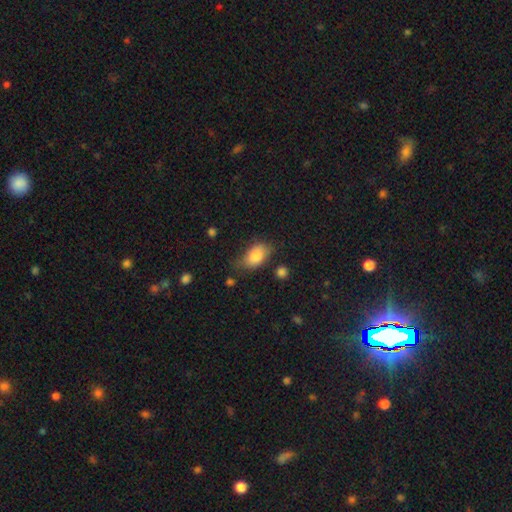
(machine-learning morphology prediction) Smooth or featured: smooth — 83% (featured or disk — 10%)
How rounded: in between — 90% (round — 8%)
Merging: none — 61% (minor disturbance — 28%)